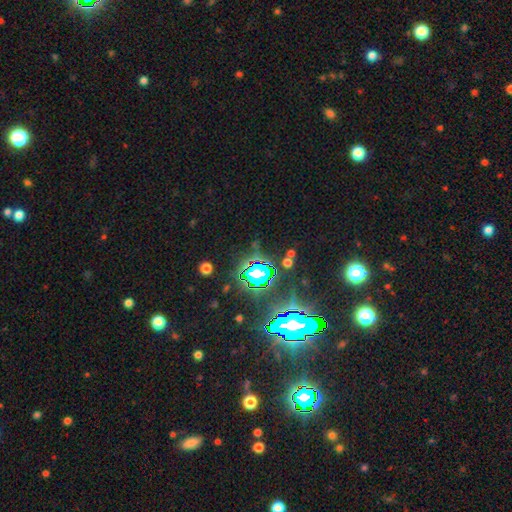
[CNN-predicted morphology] Smooth or featured? star or artifact (83%)